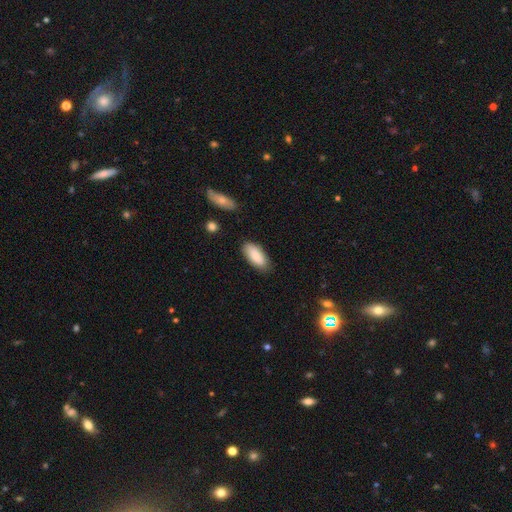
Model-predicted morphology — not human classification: The model was most divided on "merging": none: 81%, minor disturbance: 14%, major disturbance: 3%, merger: 2%. More confident: how rounded — in between (86%); smooth or featured — smooth (84%).